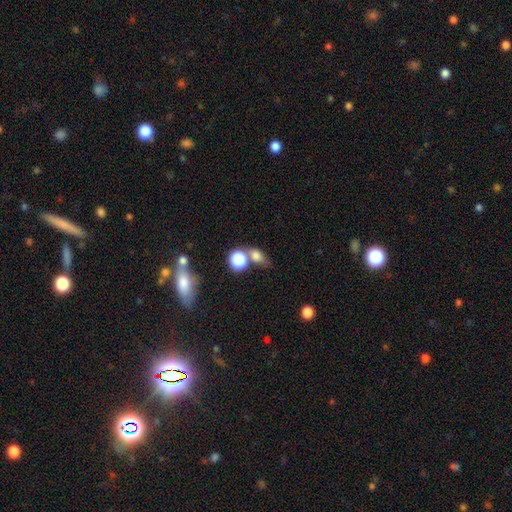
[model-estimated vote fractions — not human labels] Smooth or featured? smooth (72%)
How rounded? in between (58%)
Merging? none (48%)